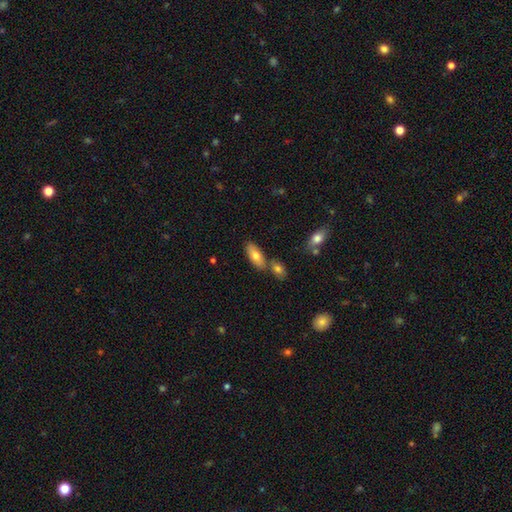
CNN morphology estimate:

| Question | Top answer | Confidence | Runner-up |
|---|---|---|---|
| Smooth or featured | smooth | 74% | featured or disk (19%) |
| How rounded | in between | 81% | cigar-shaped (16%) |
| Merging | none | 63% | merger (22%) |